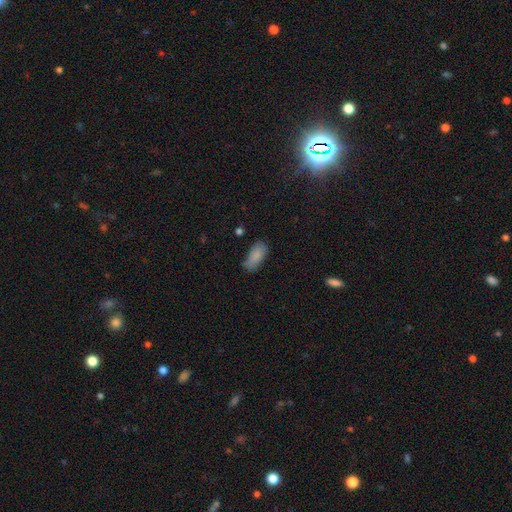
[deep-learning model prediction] Smooth or featured? smooth (86%)
How rounded? in between (87%)
Merging? none (66%)